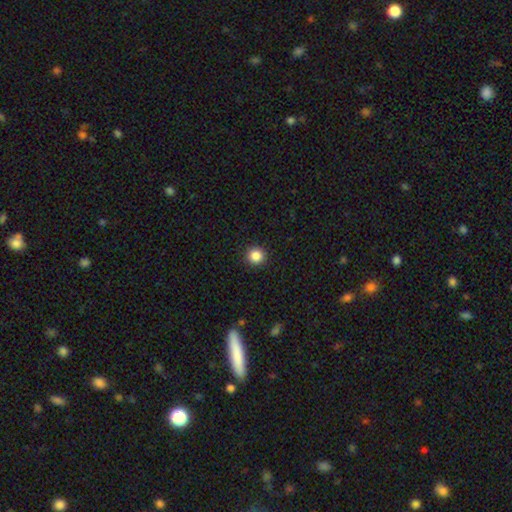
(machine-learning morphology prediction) smooth-or-featured: smooth: 86% | star or artifact: 10% | featured or disk: 3%
  how-rounded: round: 95% | in between: 4% | cigar-shaped: 1%
  merging: none: 93% | minor disturbance: 5% | major disturbance: 2% | merger: 1%